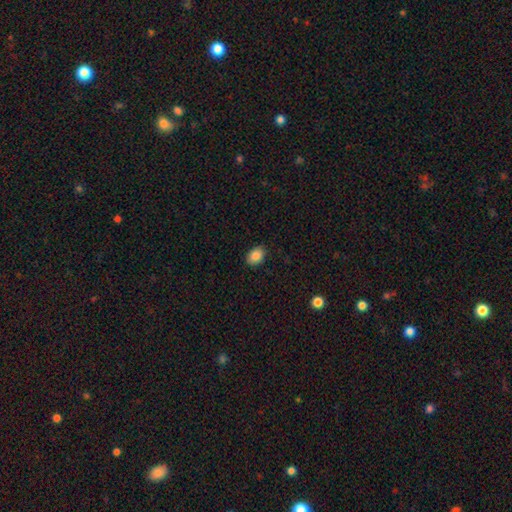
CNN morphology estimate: Overall: smooth (87%). How rounded: in between (78%). Merging: none (88%).